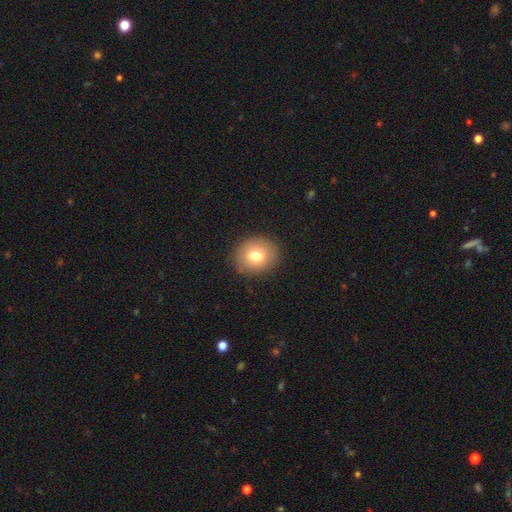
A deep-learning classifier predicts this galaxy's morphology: smooth-or-featured: smooth: 75% | featured or disk: 14% | star or artifact: 10%
  how-rounded: round: 72% | in between: 27% | cigar-shaped: 1%
  merging: none: 89% | minor disturbance: 8% | major disturbance: 3% | merger: 1%